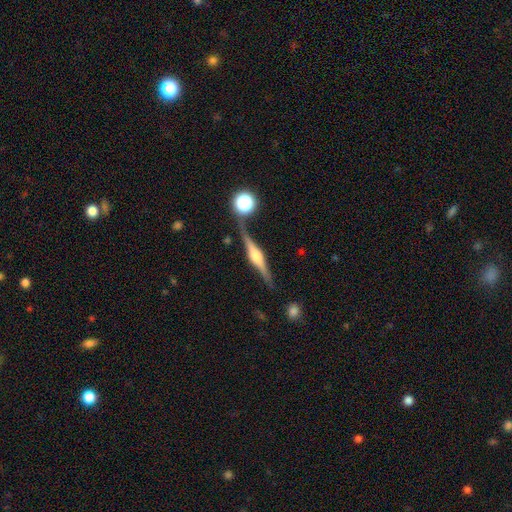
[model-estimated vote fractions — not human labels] smooth_or_featured: featured or disk (p=0.80) [alt: smooth p=0.13]
disk_edge_on: yes (p=0.97) [alt: no p=0.03]
edge_on_bulge: rounded (p=0.85) [alt: boxy p=0.12]
merging: none (p=0.80) [alt: minor disturbance p=0.11]